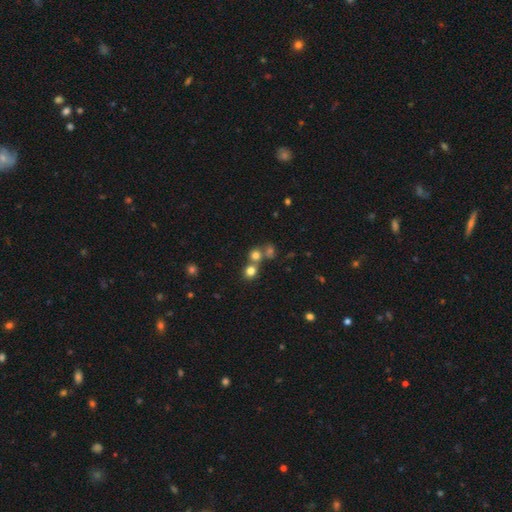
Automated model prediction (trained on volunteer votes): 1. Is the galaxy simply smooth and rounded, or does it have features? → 72% smooth, 18% star or artifact, 10% featured or disk.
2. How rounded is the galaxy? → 83% round, 16% in between, 1% cigar-shaped.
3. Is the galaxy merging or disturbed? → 49% none, 40% merger, 7% minor disturbance, 4% major disturbance.